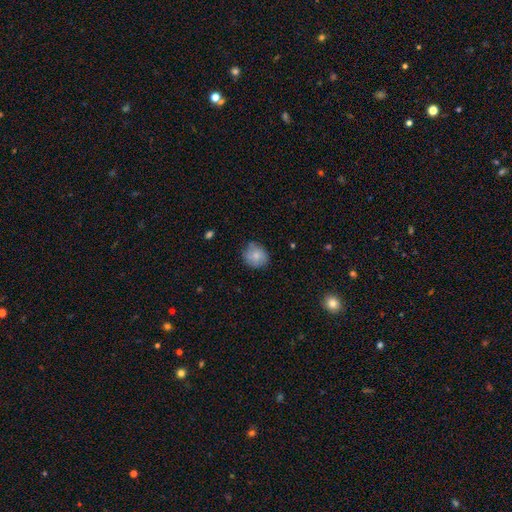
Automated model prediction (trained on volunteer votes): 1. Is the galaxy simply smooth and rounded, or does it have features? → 80% smooth, 13% featured or disk, 8% star or artifact.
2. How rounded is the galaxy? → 79% round, 20% in between, 1% cigar-shaped.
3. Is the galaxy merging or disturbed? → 74% none, 20% minor disturbance, 4% major disturbance, 2% merger.